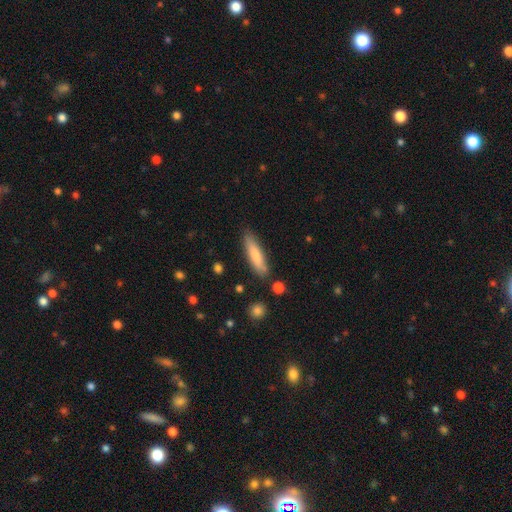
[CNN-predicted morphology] A smooth galaxy with no disk features (77%) that is cigar-shaped (77%). Merging: none (82%).